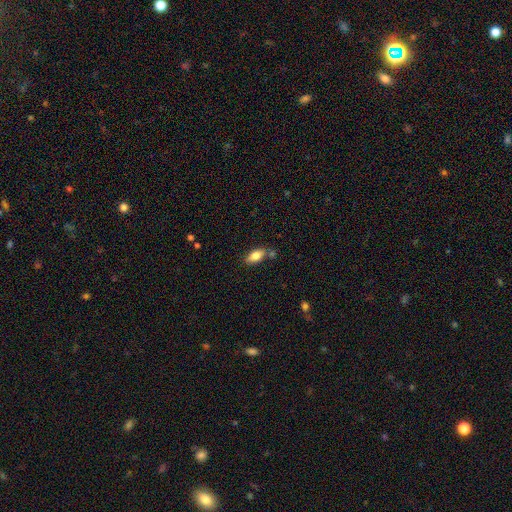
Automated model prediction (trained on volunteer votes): A smooth galaxy with no disk features (78%) that is in between round and cigar-shaped (87%). Merging: none (70%).